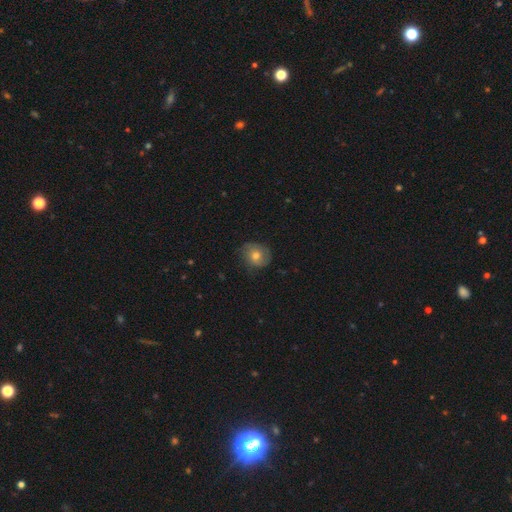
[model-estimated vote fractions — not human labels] Smooth or featured? smooth (60%)
How rounded? round (74%)
Merging? none (69%)